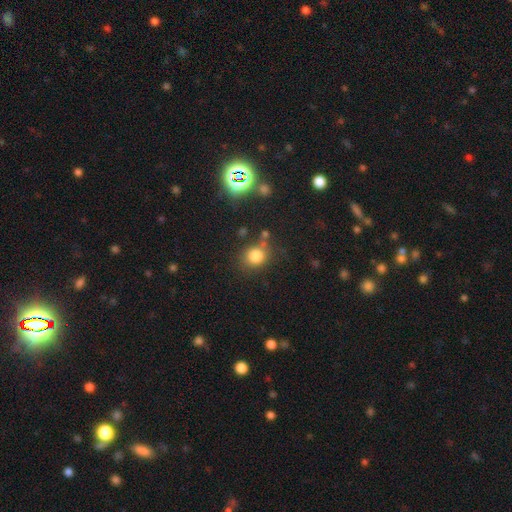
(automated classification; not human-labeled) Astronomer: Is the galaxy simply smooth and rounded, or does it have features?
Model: smooth — 80%.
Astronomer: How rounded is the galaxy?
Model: round — 77%.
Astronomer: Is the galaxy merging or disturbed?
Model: none — 70%.